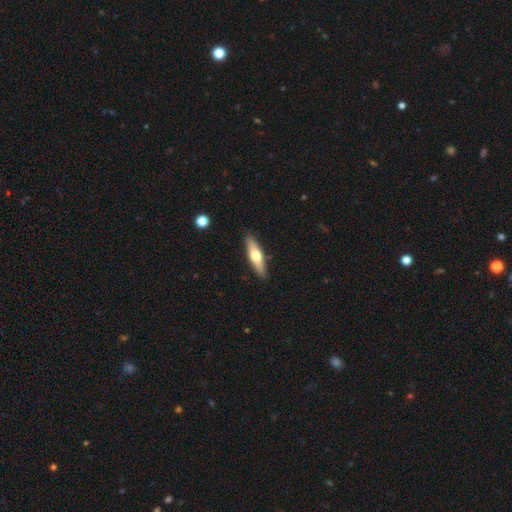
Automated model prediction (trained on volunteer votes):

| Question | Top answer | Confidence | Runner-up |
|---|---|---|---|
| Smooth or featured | smooth | 53% | featured or disk (42%) |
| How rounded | cigar-shaped | 69% | in between (29%) |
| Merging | none | 88% | minor disturbance (8%) |